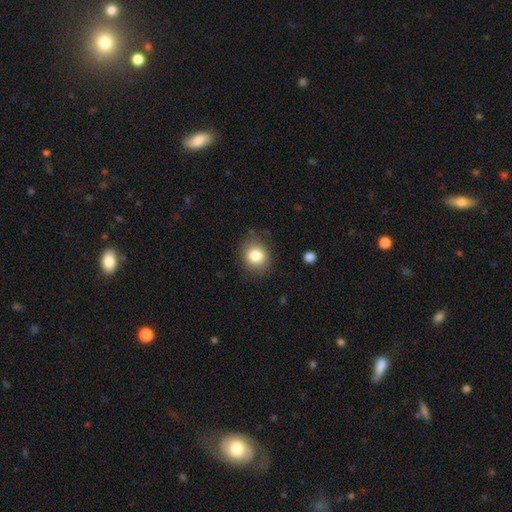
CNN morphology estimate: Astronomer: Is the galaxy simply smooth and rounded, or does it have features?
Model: smooth — 82%.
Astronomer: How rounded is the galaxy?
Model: round — 67%.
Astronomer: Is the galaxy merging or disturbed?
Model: none — 81%.